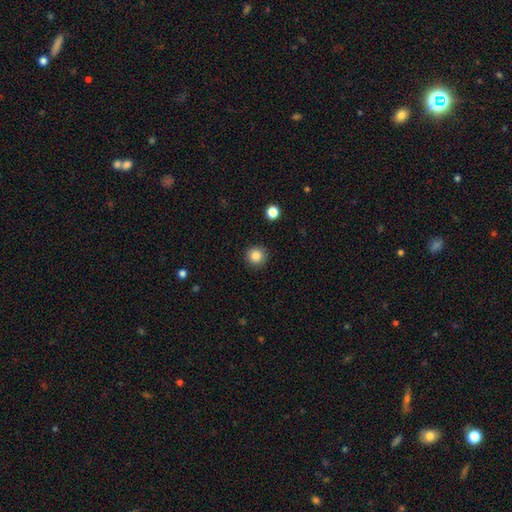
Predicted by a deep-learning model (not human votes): Morphology: type=smooth (85%); roundness=round (95%); merging=none (91%).